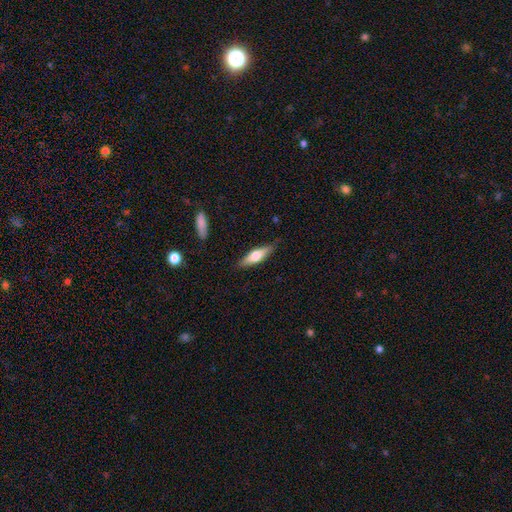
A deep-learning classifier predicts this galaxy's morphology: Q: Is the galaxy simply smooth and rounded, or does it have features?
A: smooth — 57%.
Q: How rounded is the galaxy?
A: cigar-shaped — 54%.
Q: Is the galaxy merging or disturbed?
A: none — 84%.